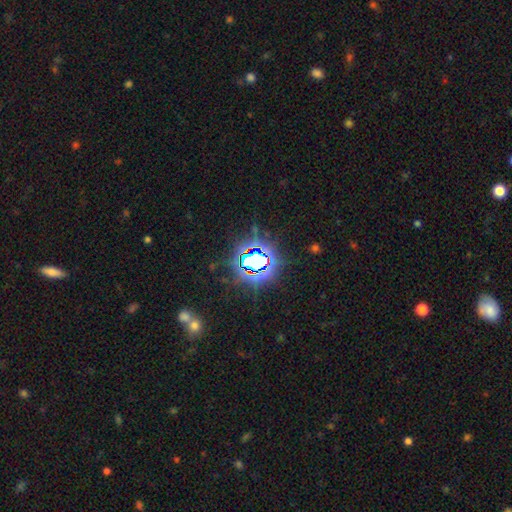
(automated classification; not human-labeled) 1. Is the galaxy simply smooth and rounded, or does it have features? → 80% star or artifact, 12% smooth, 8% featured or disk.